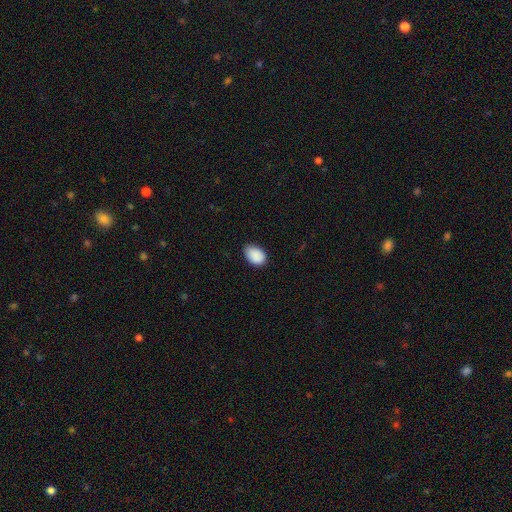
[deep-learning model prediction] Smooth or featured: smooth — 90% (star or artifact — 7%)
How rounded: in between — 85% (round — 14%)
Merging: none — 75% (minor disturbance — 21%)